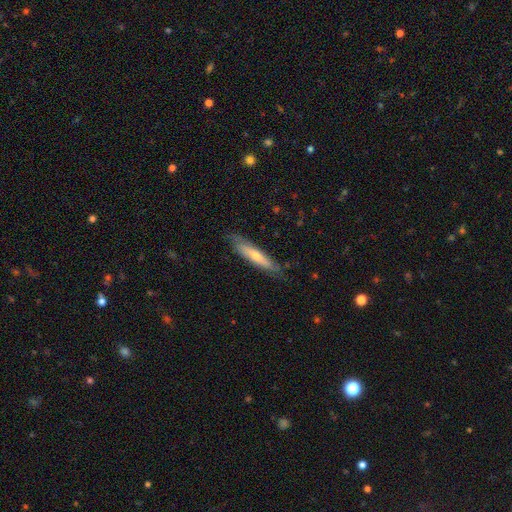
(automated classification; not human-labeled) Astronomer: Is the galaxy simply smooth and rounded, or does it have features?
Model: smooth — 53% (runner-up: featured or disk, 41%).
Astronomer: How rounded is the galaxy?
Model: cigar-shaped — 87%.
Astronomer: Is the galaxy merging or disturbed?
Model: none — 79%.